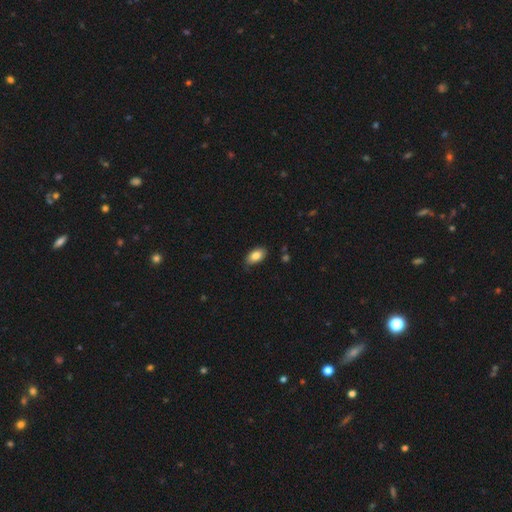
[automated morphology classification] smooth-or-featured: smooth: 84% | featured or disk: 9% | star or artifact: 7%
  how-rounded: in between: 92% | round: 5% | cigar-shaped: 3%
  merging: none: 79% | minor disturbance: 17% | major disturbance: 3% | merger: 1%